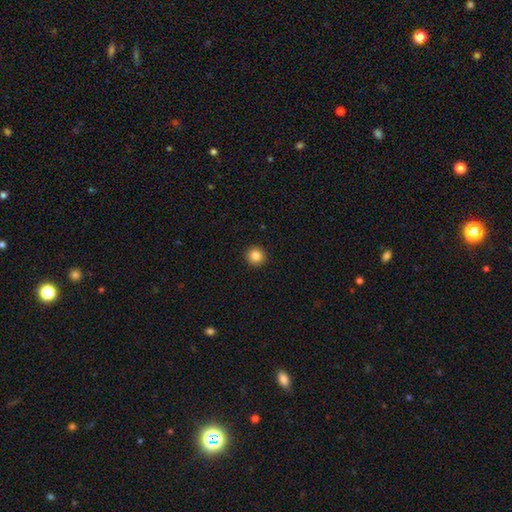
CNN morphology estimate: The model was most divided on "smooth or featured": smooth: 84%, star or artifact: 11%, featured or disk: 5%. More confident: how rounded — round (95%); merging — none (94%).